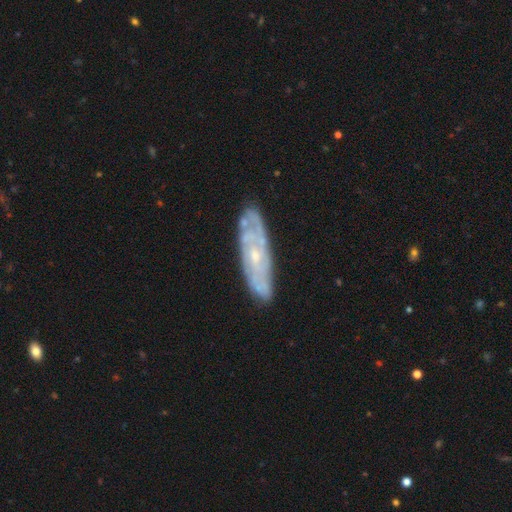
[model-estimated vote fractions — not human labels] Smooth or featured? Predicted: featured or disk (p=0.77). Edge-on disk? Predicted: no (p=0.80). Bar? Predicted: no (p=0.74). Spiral arms? Predicted: yes (p=0.87). Spiral winding? Predicted: tight (p=0.67). Spiral arm count? Predicted: can't tell (p=0.50). Bulge size? Predicted: small (p=0.71). Merging? Predicted: none (p=0.81).